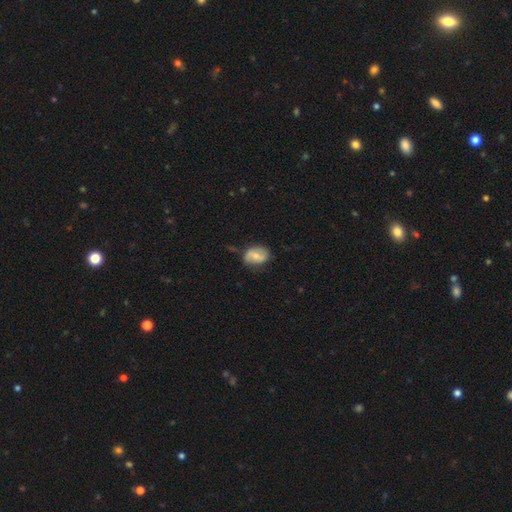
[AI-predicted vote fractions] The model was most divided on "smooth or featured": featured or disk: 47%, smooth: 46%, star or artifact: 7%. More confident: merging — none (67%).